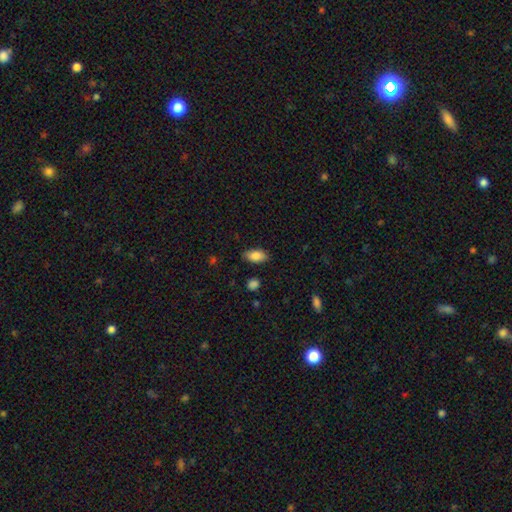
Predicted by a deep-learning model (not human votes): Smooth or featured: smooth — 84% (featured or disk — 8%)
How rounded: in between — 91% (cigar-shaped — 5%)
Merging: none — 82% (minor disturbance — 13%)